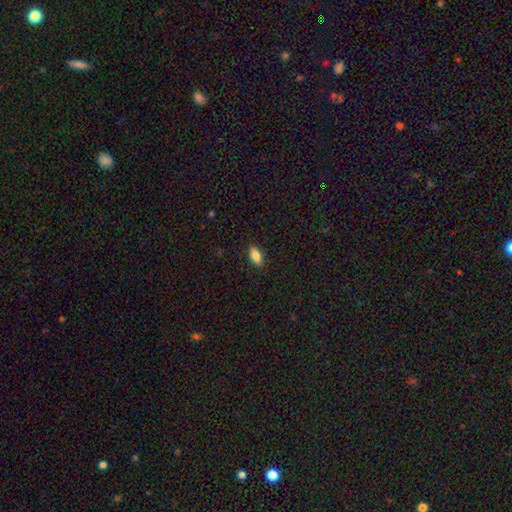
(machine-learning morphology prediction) Smooth or featured?
  - smooth: 85% *
  - featured or disk: 7%
  - star or artifact: 7%
How rounded?
  - in between: 89% *
  - cigar-shaped: 8%
  - round: 3%
Merging?
  - none: 89% *
  - minor disturbance: 8%
  - major disturbance: 2%
  - merger: 1%